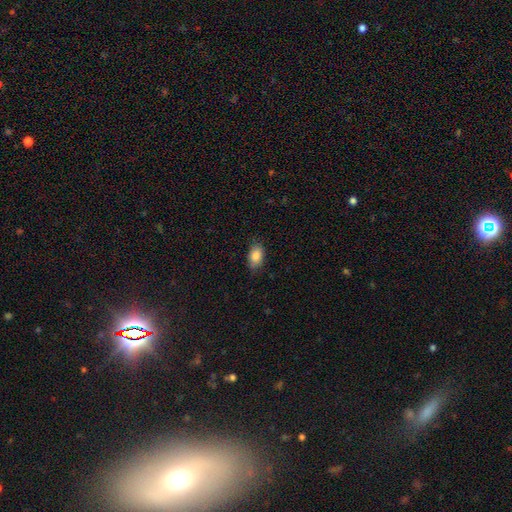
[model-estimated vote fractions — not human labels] Overall: smooth (86%). How rounded: in between (89%). Merging: none (78%).